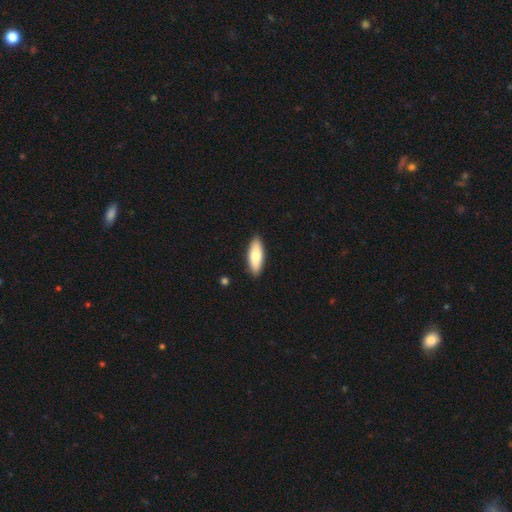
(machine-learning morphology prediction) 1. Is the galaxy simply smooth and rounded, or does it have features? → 77% smooth, 17% featured or disk, 5% star or artifact.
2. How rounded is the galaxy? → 68% in between, 30% cigar-shaped, 2% round.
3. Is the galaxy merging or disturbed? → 90% none, 8% minor disturbance, 2% major disturbance, 1% merger.